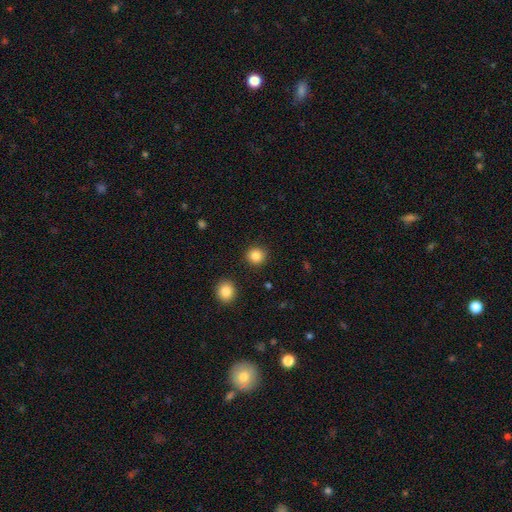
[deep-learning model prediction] Smooth or featured? smooth (86%)
How rounded? round (91%)
Merging? none (90%)